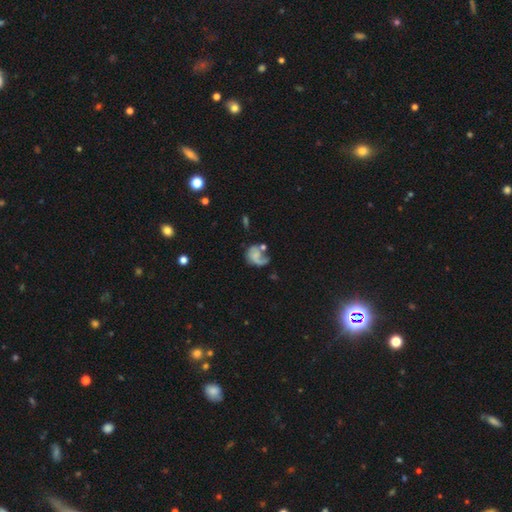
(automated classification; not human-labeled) smooth-or-featured: featured or disk: 55% | smooth: 36% | star or artifact: 9%
  disk-edge-on: no: 98% | yes: 2%
    bar: no: 76% | weak: 20% | strong: 4%
    has-spiral-arms: yes: 73% | no: 27%
    bulge-size: none: 55% | small: 26% | moderate: 12% | large: 4% | dominant: 2%
  merging: major disturbance: 37% | none: 28% | minor disturbance: 19% | merger: 15%